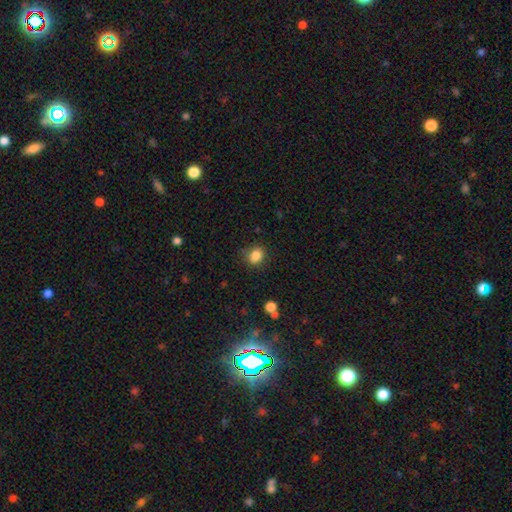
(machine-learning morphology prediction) A smooth galaxy with no disk features (85%) that is round (53%).

Vote fractions:
- Smooth or featured? smooth: 85% / star or artifact: 10% / featured or disk: 5%
- How rounded? round: 53% / in between: 46% / cigar-shaped: 1%
- Merging? none: 79% / minor disturbance: 15% / major disturbance: 4% / merger: 2%